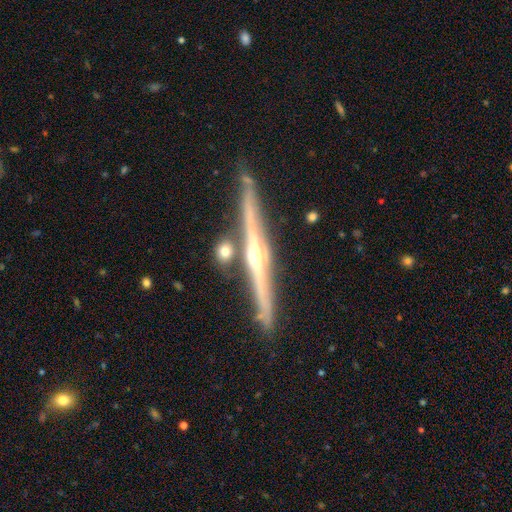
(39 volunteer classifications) Morphology: type=featured or disk (82%); edge-on=yes (94%); edge-on bulge=rounded (77%); merging=none (82%).